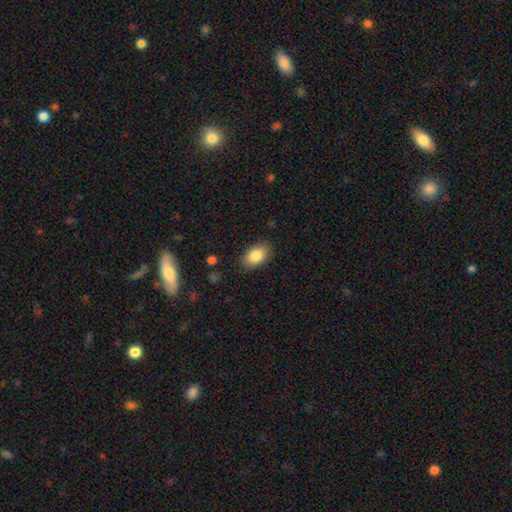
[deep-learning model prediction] A smooth galaxy with no disk features (86%) that is in between round and cigar-shaped (91%).

Vote fractions:
- Smooth or featured? smooth: 86% / star or artifact: 7% / featured or disk: 7%
- How rounded? in between: 91% / round: 7% / cigar-shaped: 1%
- Merging? none: 86% / minor disturbance: 10% / major disturbance: 3% / merger: 1%